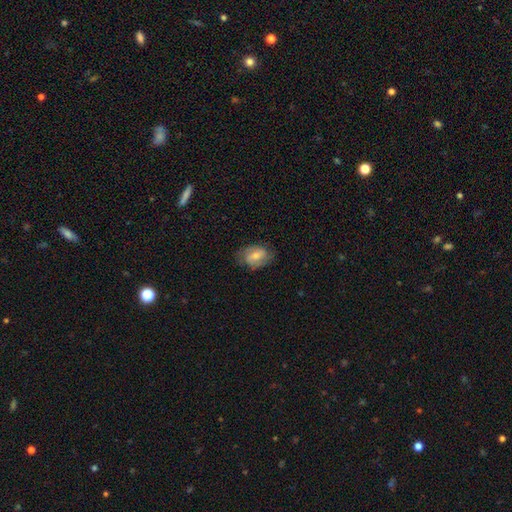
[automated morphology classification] Smooth or featured: featured or disk — 54% (smooth — 39%)
Edge-on disk: no — 96% (yes — 4%)
Bar: weak — 46% (no — 32%)
Spiral arms: yes — 82% (no — 18%)
Bulge size: small — 47% (moderate — 46%)
Merging: none — 74% (minor disturbance — 19%)